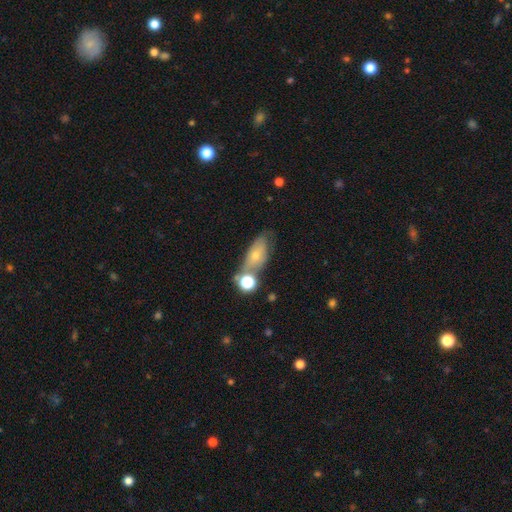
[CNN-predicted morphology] smooth_or_featured: smooth (p=0.63) [alt: featured or disk p=0.27]
how_rounded: in between (p=0.77) [alt: cigar-shaped p=0.13]
merging: none (p=0.45) [alt: merger p=0.22]